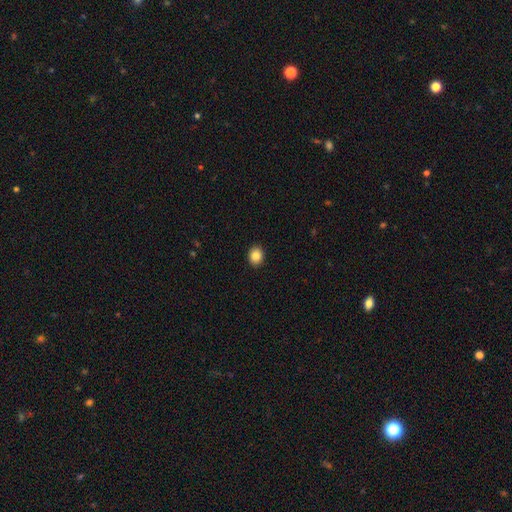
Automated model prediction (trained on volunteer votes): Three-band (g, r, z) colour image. It shows a smooth galaxy with no disk features (86%) that is round (66%). Merging: none (92%).